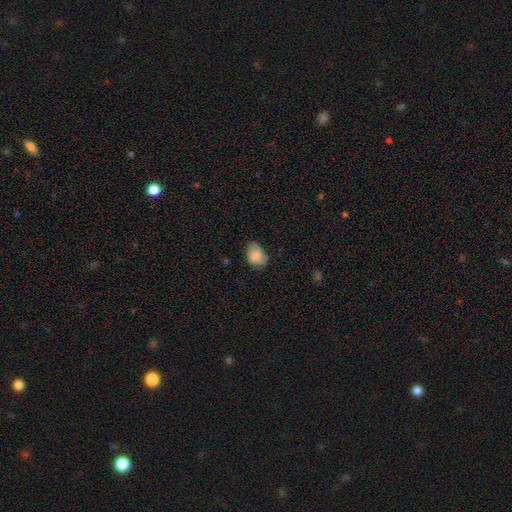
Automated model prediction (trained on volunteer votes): smooth 80%, featured or disk 12%, star or artifact 8%. Down the decision tree: how rounded — in between (71%); merging — none (54%).